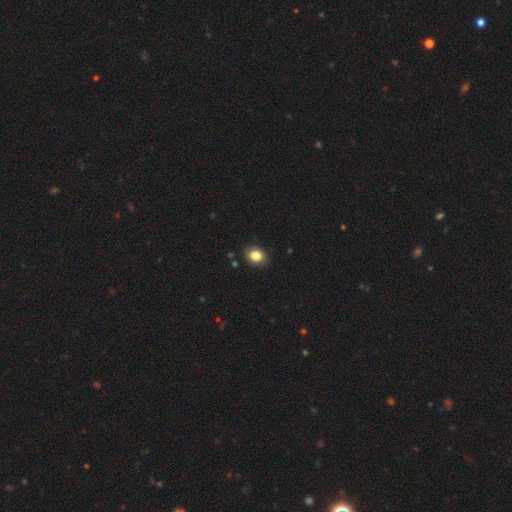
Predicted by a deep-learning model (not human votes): Q: Smooth or featured?
A: smooth (85%); runner-up: star or artifact (10%)
Q: How rounded?
A: in between (54%); runner-up: round (45%)
Q: Merging?
A: none (87%); runner-up: minor disturbance (9%)